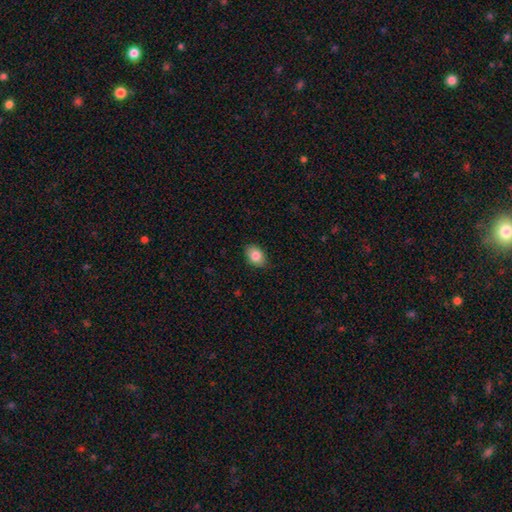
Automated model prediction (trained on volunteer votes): A smooth galaxy with no disk features (85%) that is in between round and cigar-shaped (81%). Merging: none (84%).